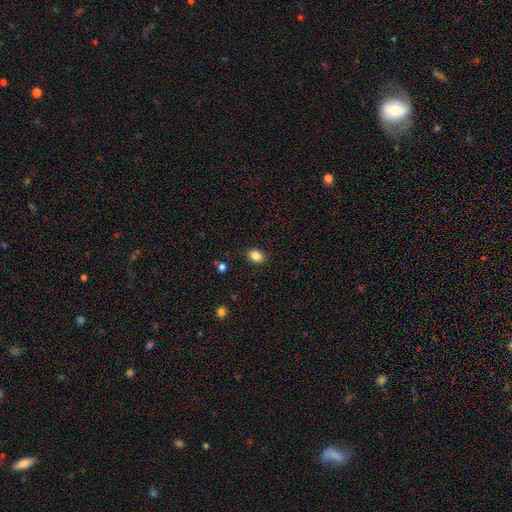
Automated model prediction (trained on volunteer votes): Q: Smooth or featured?
A: smooth (85%); runner-up: star or artifact (10%)
Q: How rounded?
A: in between (66%); runner-up: round (33%)
Q: Merging?
A: none (87%); runner-up: minor disturbance (10%)